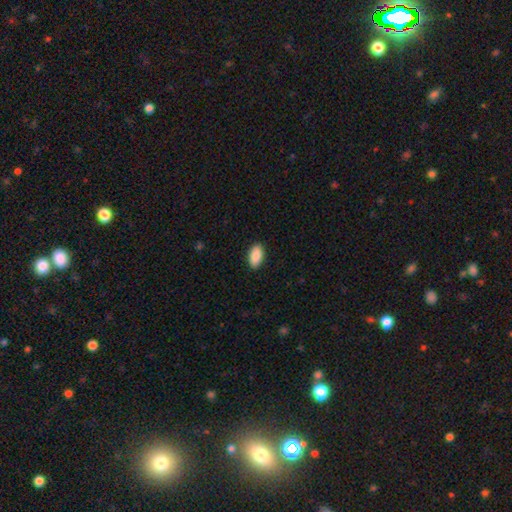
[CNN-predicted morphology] Smooth or featured? Predicted: smooth (p=0.88). How rounded? Predicted: in between (p=0.94). Merging? Predicted: none (p=0.90).